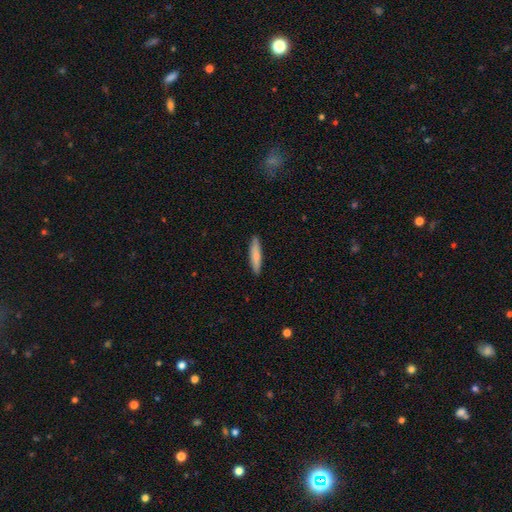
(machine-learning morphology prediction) Smooth or featured? smooth (71%)
How rounded? cigar-shaped (84%)
Merging? none (90%)